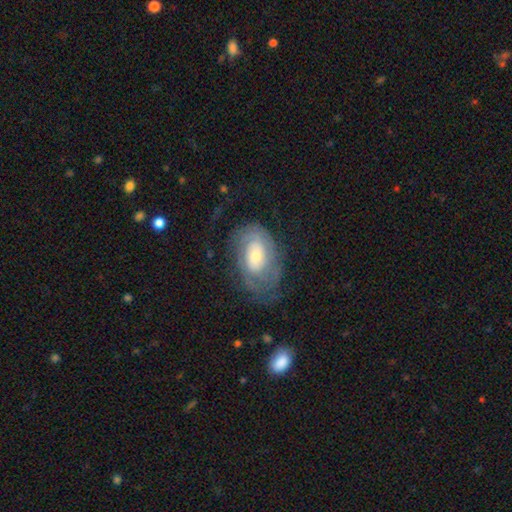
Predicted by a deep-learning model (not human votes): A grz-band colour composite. It shows a featured or disk galaxy (73%) with no bar (65%), tight (62%) spiral arms (86%) and a moderate central bulge (52%). Merging: none (62%).